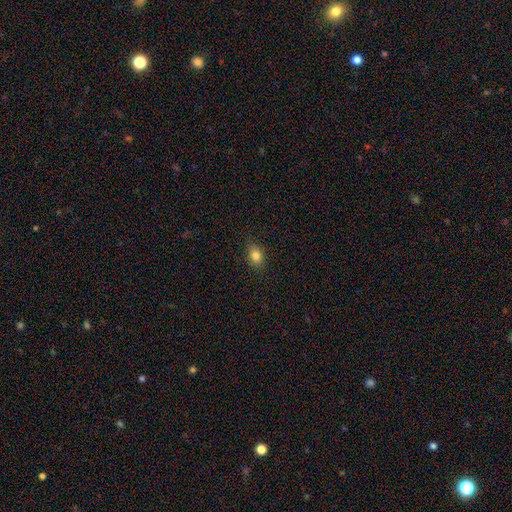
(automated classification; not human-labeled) Morphology: type=smooth (82%); roundness=in between (65%); merging=none (82%).